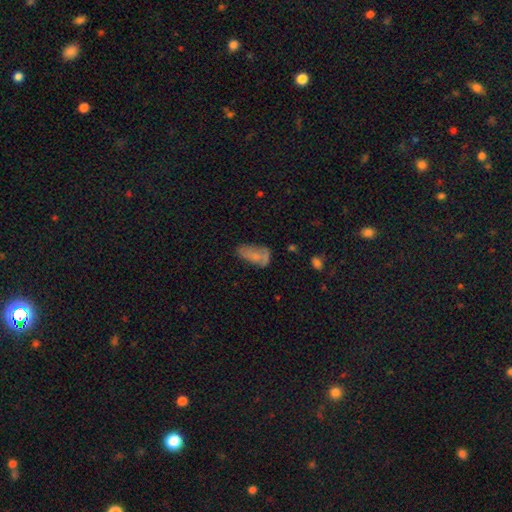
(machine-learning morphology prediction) Smooth or featured?
  - smooth: 64% *
  - featured or disk: 25%
  - star or artifact: 11%
How rounded?
  - in between: 89% *
  - cigar-shaped: 7%
  - round: 4%
Merging?
  - none: 37% *
  - minor disturbance: 31%
  - major disturbance: 24%
  - merger: 8%